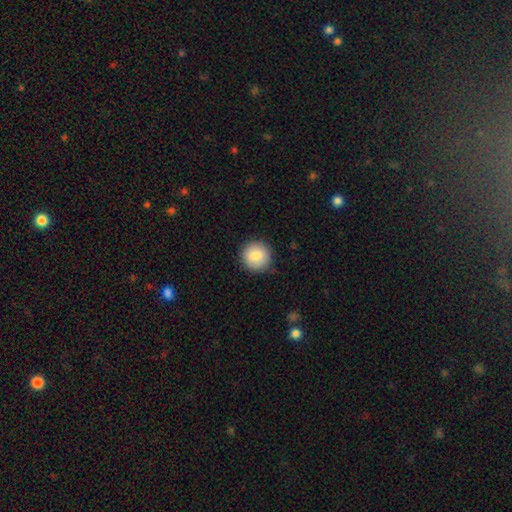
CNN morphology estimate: Smooth or featured?
  - smooth: 86% *
  - star or artifact: 7%
  - featured or disk: 7%
How rounded?
  - round: 94% *
  - in between: 5%
  - cigar-shaped: 1%
Merging?
  - none: 88% *
  - minor disturbance: 9%
  - major disturbance: 2%
  - merger: 1%